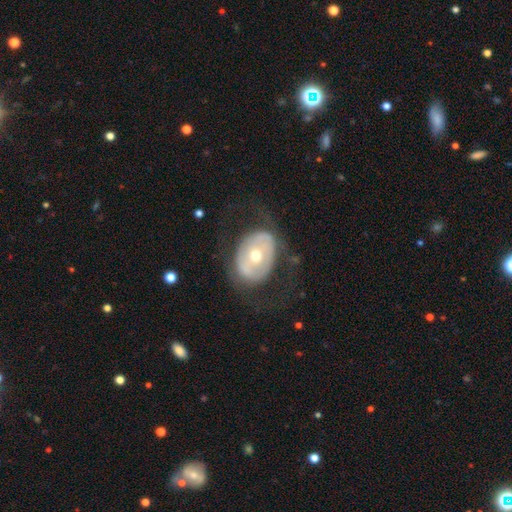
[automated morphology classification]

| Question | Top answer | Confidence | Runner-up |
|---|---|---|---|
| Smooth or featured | featured or disk | 59% | smooth (34%) |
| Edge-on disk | no | 93% | yes (7%) |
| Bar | no | 62% | weak (21%) |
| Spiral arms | no | 73% | yes (27%) |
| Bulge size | moderate | 60% | small (35%) |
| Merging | none | 63% | major disturbance (18%) |